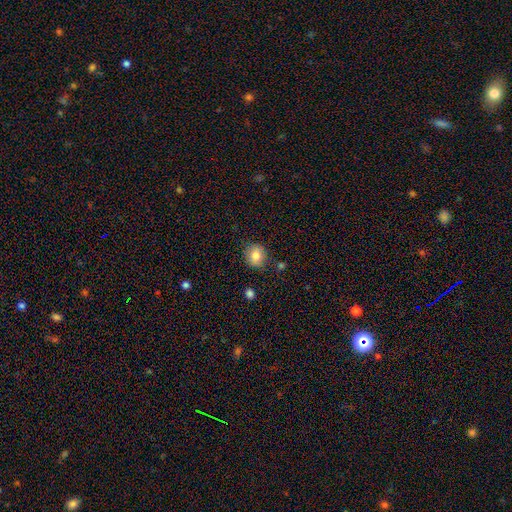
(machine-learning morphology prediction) This appears to be a smooth galaxy with no disk features (83%) that is round (78%). Merging: none (83%).